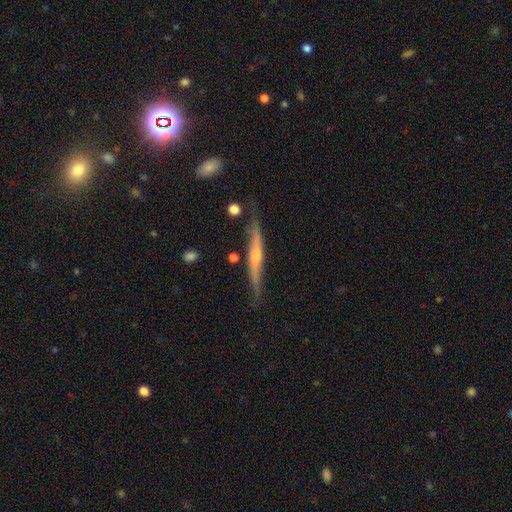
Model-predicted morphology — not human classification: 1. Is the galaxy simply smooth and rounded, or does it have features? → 68% featured or disk, 27% smooth, 6% star or artifact.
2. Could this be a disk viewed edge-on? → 94% yes, 6% no.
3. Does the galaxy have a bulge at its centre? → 61% rounded, 32% none, 7% boxy.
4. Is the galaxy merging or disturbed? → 76% none, 18% minor disturbance, 3% major disturbance, 3% merger.